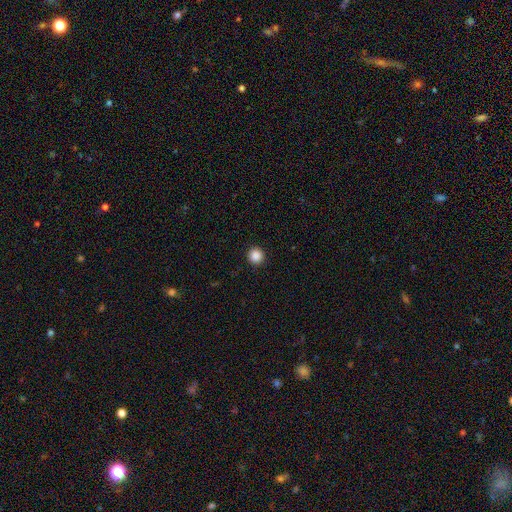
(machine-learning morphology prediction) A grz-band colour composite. It shows a smooth galaxy with no disk features (87%) that is round (96%). Merging: none (93%).